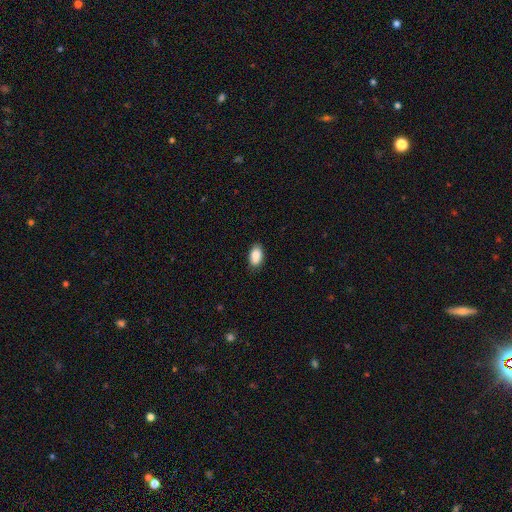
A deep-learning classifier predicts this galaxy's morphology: Smooth or featured? Predicted: smooth (p=0.89). How rounded? Predicted: in between (p=0.94). Merging? Predicted: none (p=0.85).